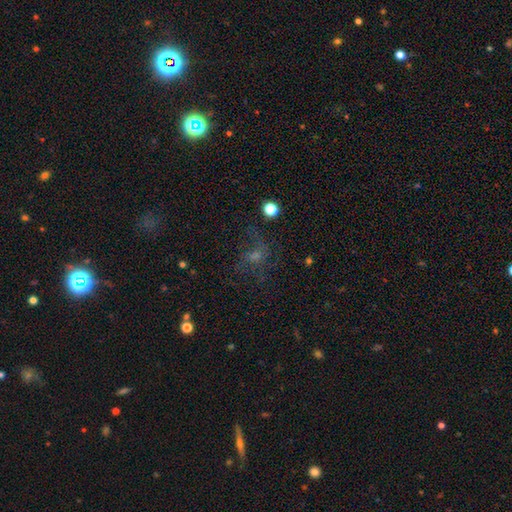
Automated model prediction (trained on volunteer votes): Smooth or featured?
  - featured or disk: 40% *
  - smooth: 32%
  - star or artifact: 28%
Merging?
  - none: 49% *
  - major disturbance: 30%
  - minor disturbance: 17%
  - merger: 3%